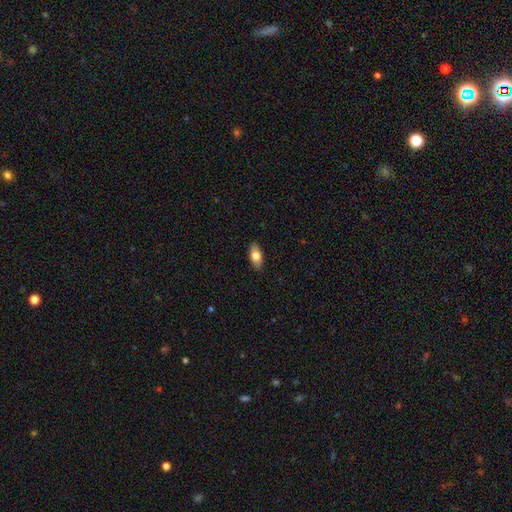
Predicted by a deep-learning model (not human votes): A smooth galaxy with no disk features (75%) that is in between round and cigar-shaped (87%).

Vote fractions:
- Smooth or featured? smooth: 75% / featured or disk: 19% / star or artifact: 6%
- How rounded? in between: 87% / cigar-shaped: 10% / round: 3%
- Merging? none: 88% / minor disturbance: 9% / major disturbance: 2% / merger: 1%